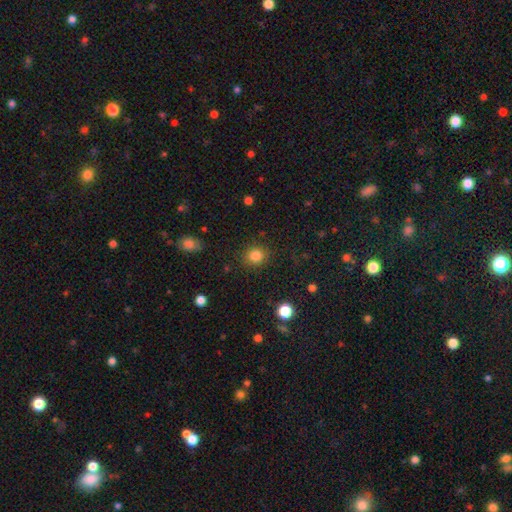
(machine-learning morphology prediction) This appears to be a smooth galaxy with no disk features (84%) that is round (80%). Merging: none (86%).